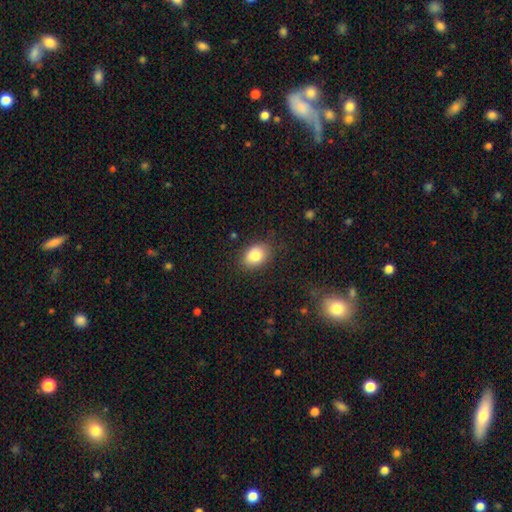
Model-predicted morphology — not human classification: The model was most divided on "how rounded": in between: 72%, round: 27%, cigar-shaped: 1%. More confident: smooth or featured — smooth (84%); merging — none (82%).